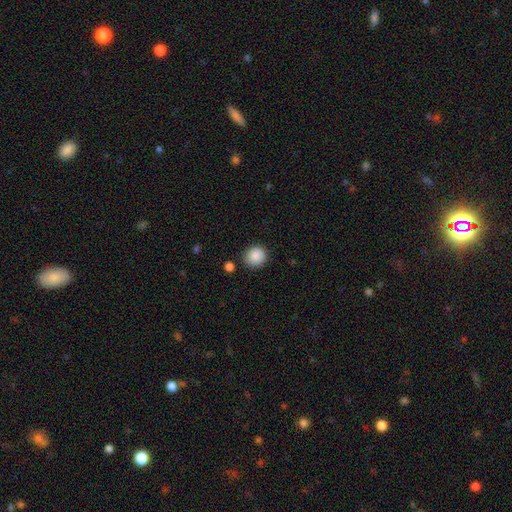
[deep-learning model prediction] A smooth galaxy with no disk features (88%) that is round (92%). Merging: none (87%).